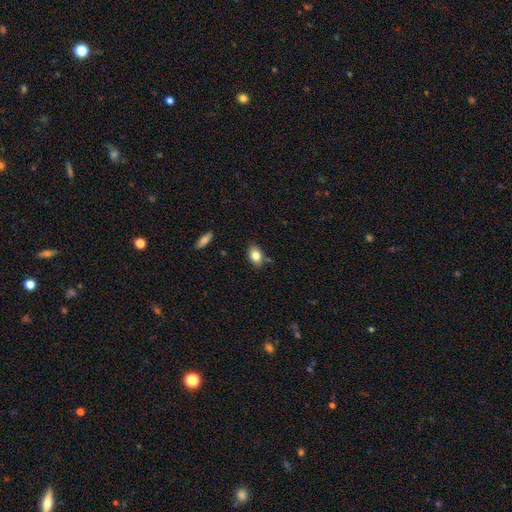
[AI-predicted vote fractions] A smooth galaxy with no disk features (82%) that is in between round and cigar-shaped (83%). Merging: none (79%).